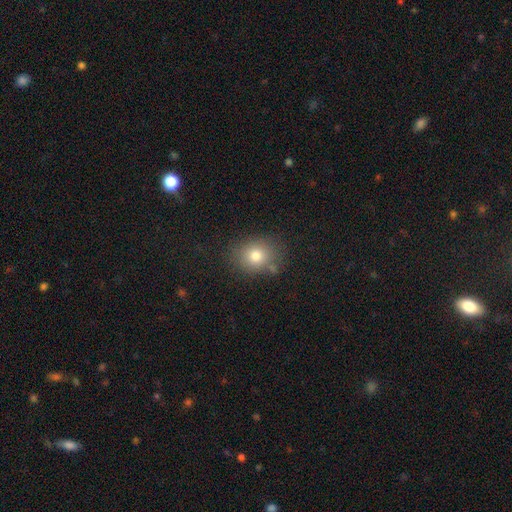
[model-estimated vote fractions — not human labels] Overall: smooth (77%). How rounded: round (61%; in between 38%). Merging: none (77%).